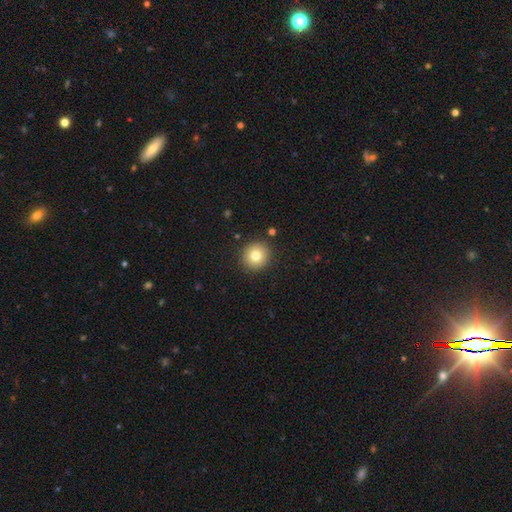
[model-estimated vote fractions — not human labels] Smooth or featured?
  - smooth: 80% *
  - star or artifact: 10%
  - featured or disk: 10%
How rounded?
  - round: 92% *
  - in between: 7%
  - cigar-shaped: 1%
Merging?
  - none: 90% *
  - minor disturbance: 6%
  - major disturbance: 2%
  - merger: 2%